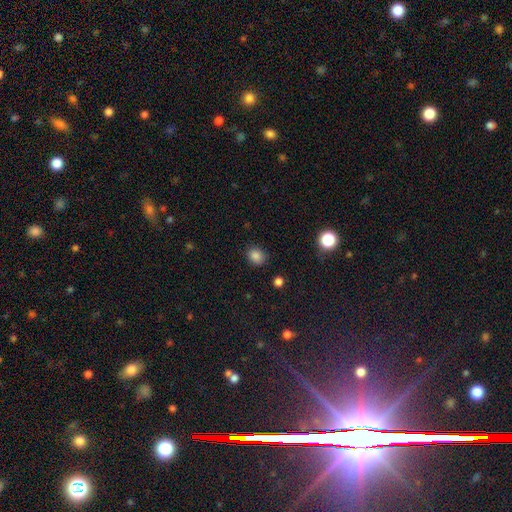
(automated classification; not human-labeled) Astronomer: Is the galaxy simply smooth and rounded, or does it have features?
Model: smooth — 84%.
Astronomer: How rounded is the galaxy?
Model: round — 64%.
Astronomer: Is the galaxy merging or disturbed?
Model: none — 87%.